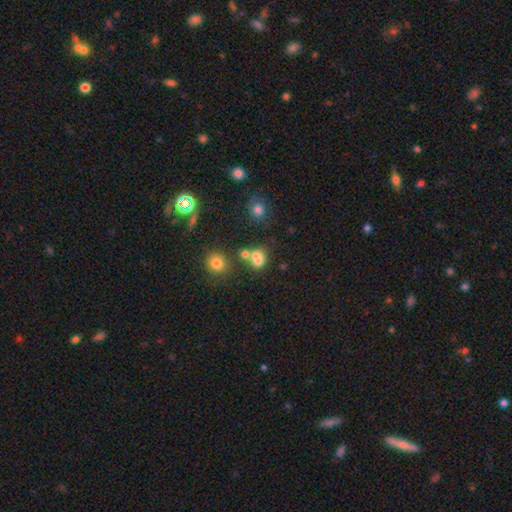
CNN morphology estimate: Smooth or featured? smooth (69%)
How rounded? round (58%)
Merging? merger (49%)